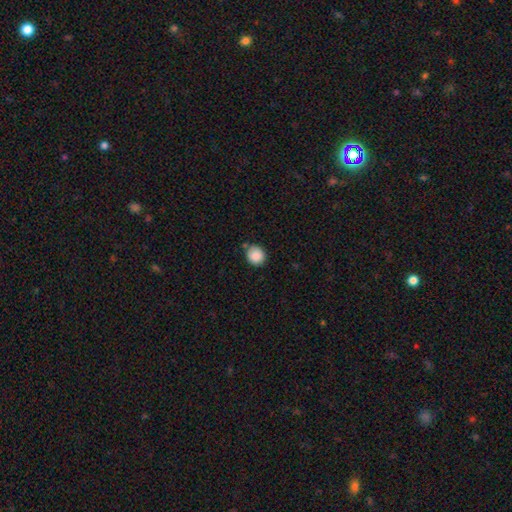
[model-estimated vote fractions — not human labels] This is clearly a smooth galaxy (88%). How rounded: clearly round (85%). Merging: likely none (78%).